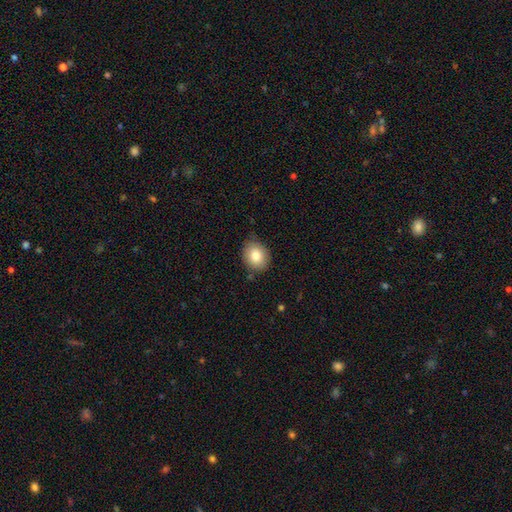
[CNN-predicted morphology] This is clearly a smooth galaxy (83%). How rounded: possibly round (58%). Merging: likely none (79%).